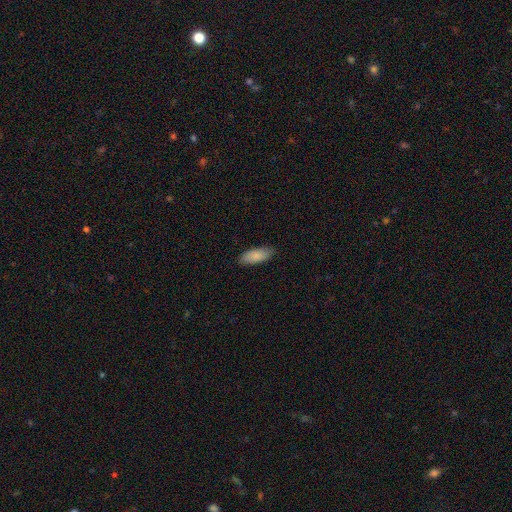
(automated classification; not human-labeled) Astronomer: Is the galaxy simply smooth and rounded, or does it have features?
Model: smooth — 86%.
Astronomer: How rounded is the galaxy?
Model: in between — 78%.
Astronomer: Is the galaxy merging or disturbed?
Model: none — 84%.